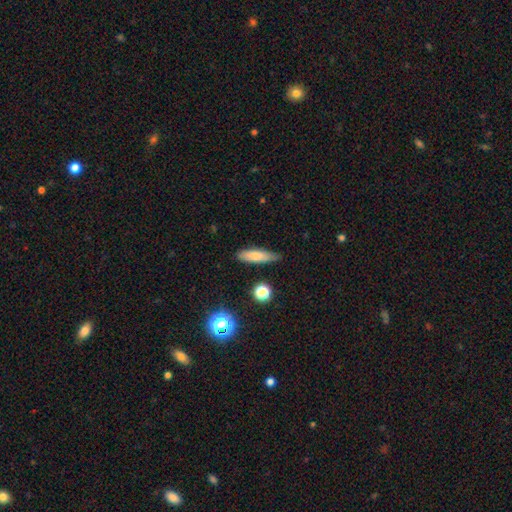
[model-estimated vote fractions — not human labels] smooth_or_featured: smooth (p=0.75) [alt: featured or disk p=0.17]
how_rounded: cigar-shaped (p=0.66) [alt: in between p=0.31]
merging: none (p=0.77) [alt: minor disturbance p=0.17]